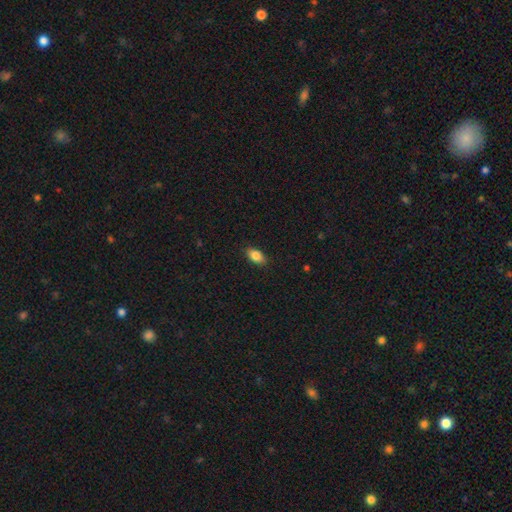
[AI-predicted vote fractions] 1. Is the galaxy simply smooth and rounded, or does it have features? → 85% smooth, 8% star or artifact, 7% featured or disk.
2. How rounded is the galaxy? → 90% in between, 6% round, 4% cigar-shaped.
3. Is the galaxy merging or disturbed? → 87% none, 9% minor disturbance, 2% major disturbance, 1% merger.